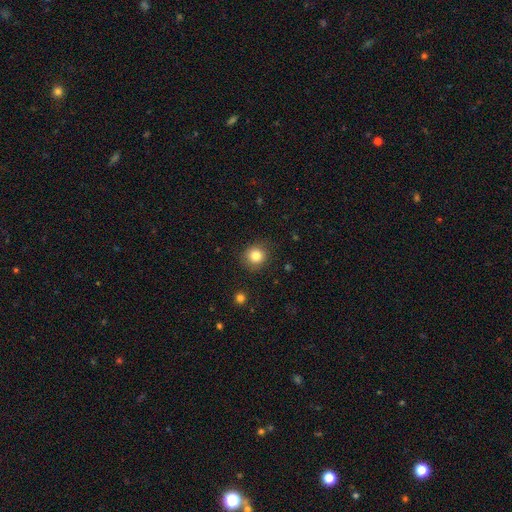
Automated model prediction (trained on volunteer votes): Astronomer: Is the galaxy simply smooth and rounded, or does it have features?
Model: smooth — 82%.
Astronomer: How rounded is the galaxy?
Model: round — 89%.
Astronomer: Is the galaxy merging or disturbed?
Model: none — 88%.